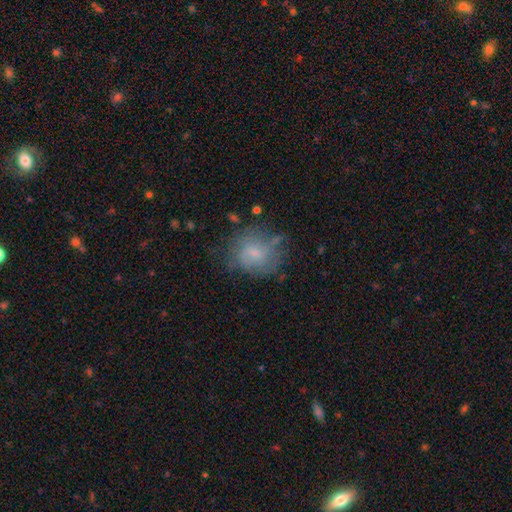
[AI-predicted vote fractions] smooth-or-featured: smooth: 51% | featured or disk: 31% | star or artifact: 18%
  how-rounded: round: 70% | in between: 29% | cigar-shaped: 1%
  merging: none: 69% | minor disturbance: 20% | major disturbance: 9% | merger: 2%